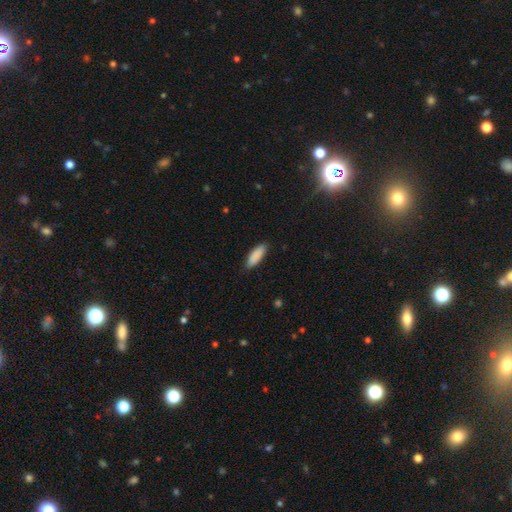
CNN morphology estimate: type=smooth (90%); roundness=in between (59%); merging=none (86%).